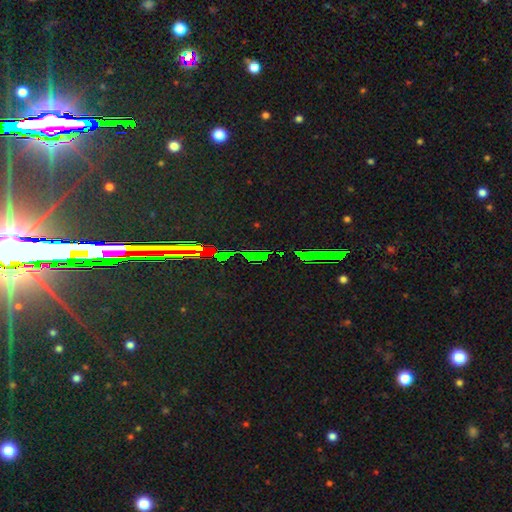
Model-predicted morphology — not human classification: Smooth or featured? Predicted: star or artifact (p=0.77).